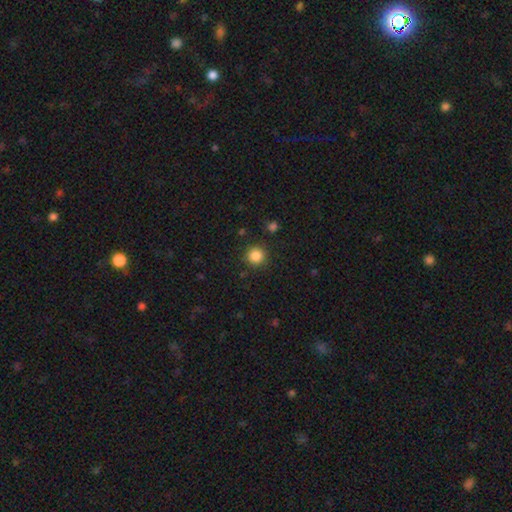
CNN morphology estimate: Smooth or featured?
  - smooth: 85% *
  - star or artifact: 11%
  - featured or disk: 4%
How rounded?
  - round: 94% *
  - in between: 5%
  - cigar-shaped: 1%
Merging?
  - none: 90% *
  - minor disturbance: 6%
  - major disturbance: 2%
  - merger: 2%